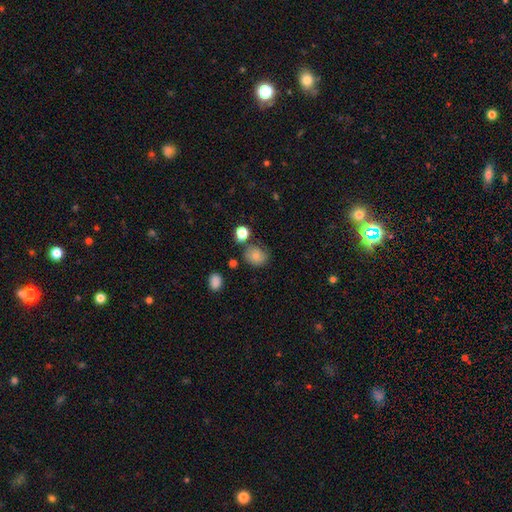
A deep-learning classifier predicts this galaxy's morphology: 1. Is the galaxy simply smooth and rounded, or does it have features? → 79% smooth, 11% star or artifact, 9% featured or disk.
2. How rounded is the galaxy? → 70% round, 29% in between, 1% cigar-shaped.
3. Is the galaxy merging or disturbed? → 66% none, 20% minor disturbance, 8% merger, 7% major disturbance.